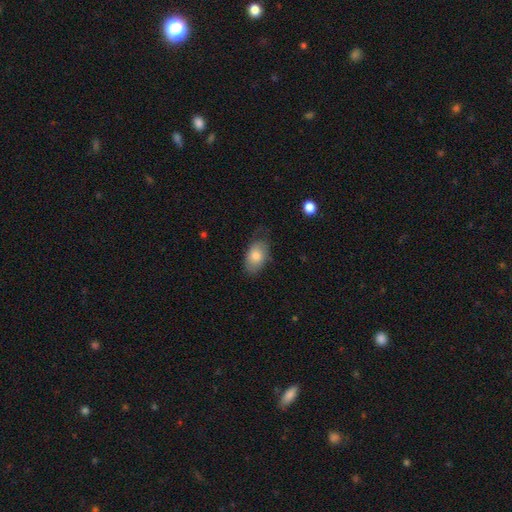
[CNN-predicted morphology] Smooth or featured? Predicted: smooth (p=0.76). How rounded? Predicted: in between (p=0.90). Merging? Predicted: none (p=0.61).